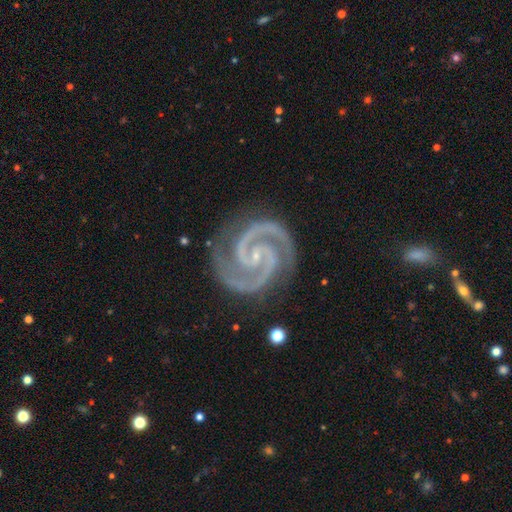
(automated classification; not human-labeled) Smooth or featured? Predicted: featured or disk (p=0.95). Edge-on disk? Predicted: no (p=0.99). Bar? Predicted: no (p=0.45). Spiral arms? Predicted: yes (p=0.99). Spiral winding? Predicted: tight (p=0.54). Spiral arm count? Predicted: 2 (p=0.94). Bulge size? Predicted: small (p=0.80). Merging? Predicted: none (p=0.83).